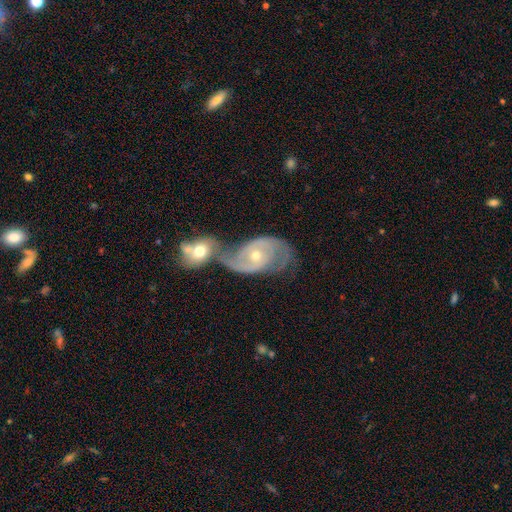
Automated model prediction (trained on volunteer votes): Smooth or featured: featured or disk — 85% (smooth — 9%)
Edge-on disk: no — 97% (yes — 3%)
Bar: no — 61% (weak — 30%)
Spiral arms: yes — 94% (no — 6%)
Spiral winding: medium — 45% (tight — 36%)
Spiral arm count: 2 — 80% (can't tell — 11%)
Bulge size: moderate — 53% (small — 44%)
Merging: merger — 57% (none — 23%)